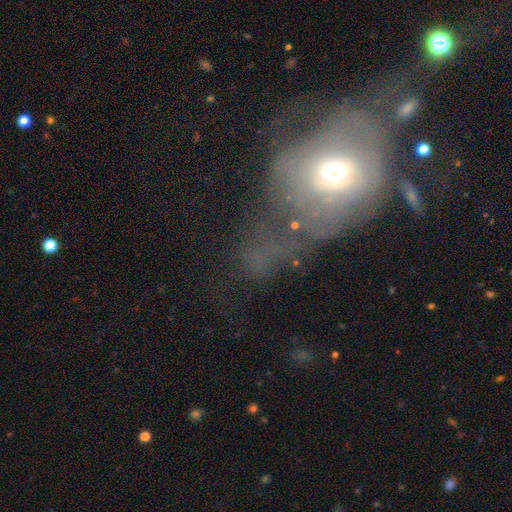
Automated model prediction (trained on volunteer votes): A smooth galaxy with no disk features (42%).

Vote fractions:
- Smooth or featured? smooth: 42% / featured or disk: 35% / star or artifact: 23%
- Merging? major disturbance: 48% / none: 23% / minor disturbance: 16% / merger: 13%